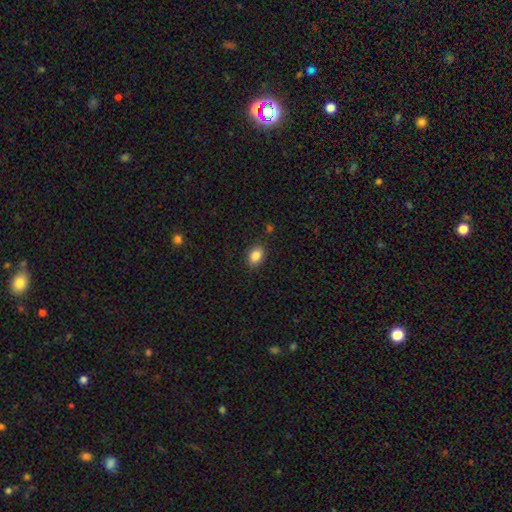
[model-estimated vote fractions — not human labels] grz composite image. It shows a smooth galaxy with no disk features (86%) that is in between round and cigar-shaped (76%). Merging: none (86%).